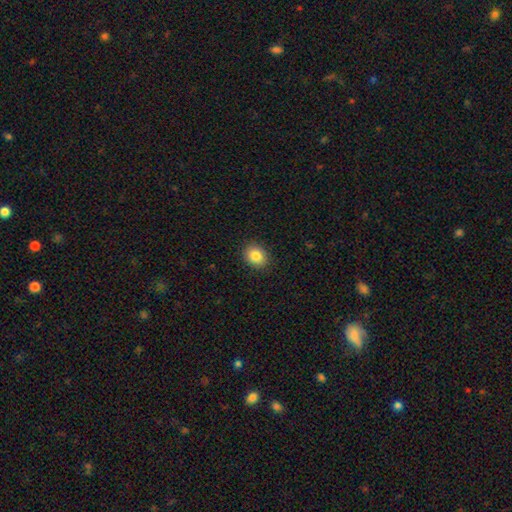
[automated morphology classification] This appears to be a smooth galaxy with no disk features (85%) that is round (50%). Merging: none (89%).